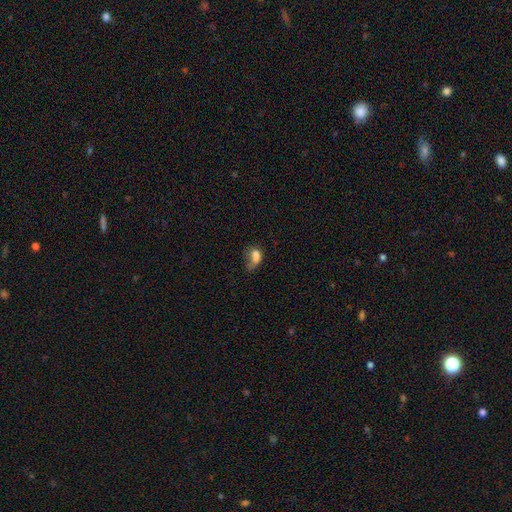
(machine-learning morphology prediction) A smooth galaxy with no disk features (70%) that is in between round and cigar-shaped (78%). Merging: major disturbance (37%).